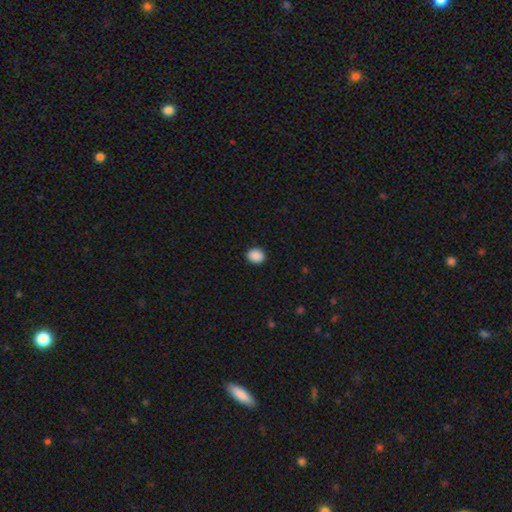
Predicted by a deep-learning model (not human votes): Overall: smooth (89%). How rounded: round (69%; in between 30%). Merging: none (91%).